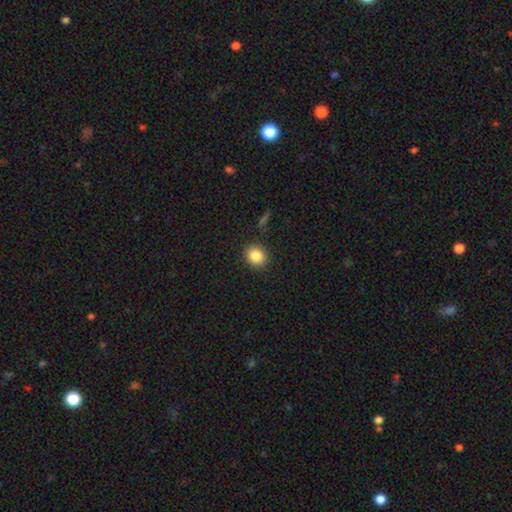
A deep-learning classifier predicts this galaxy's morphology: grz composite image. It shows a smooth galaxy with no disk features (85%) that is round (73%). Merging: none (88%).